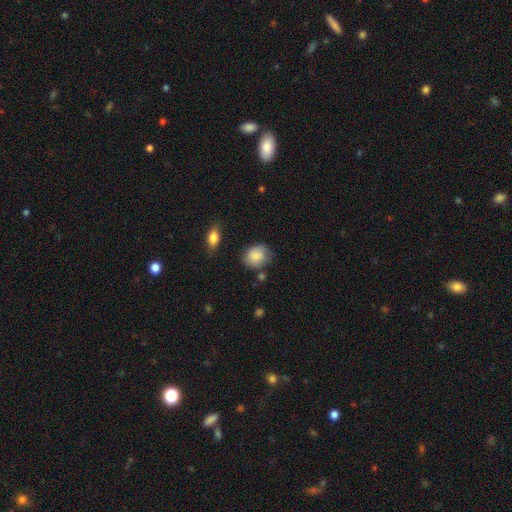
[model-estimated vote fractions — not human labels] Morphology: type=smooth (80%); roundness=round (53%); merging=none (64%).